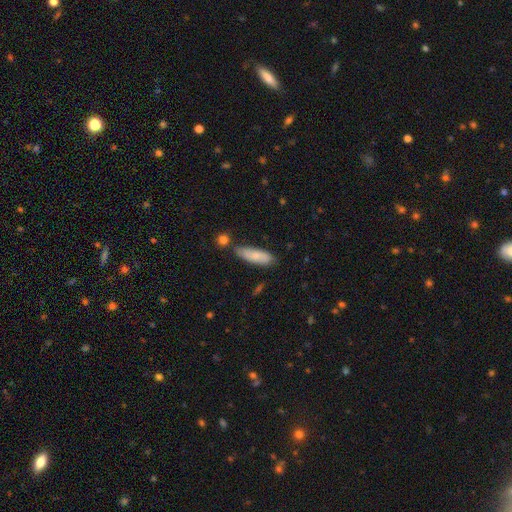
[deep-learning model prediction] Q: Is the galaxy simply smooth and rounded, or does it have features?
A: smooth — 75%.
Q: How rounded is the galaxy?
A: in between — 56%.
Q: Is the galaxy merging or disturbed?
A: none — 73%.